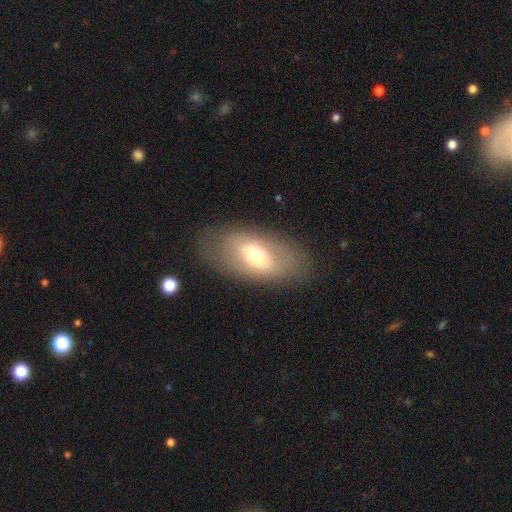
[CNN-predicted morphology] smooth 51%, featured or disk 40%, star or artifact 8%. Down the decision tree: how rounded — in between (90%); merging — none (78%).